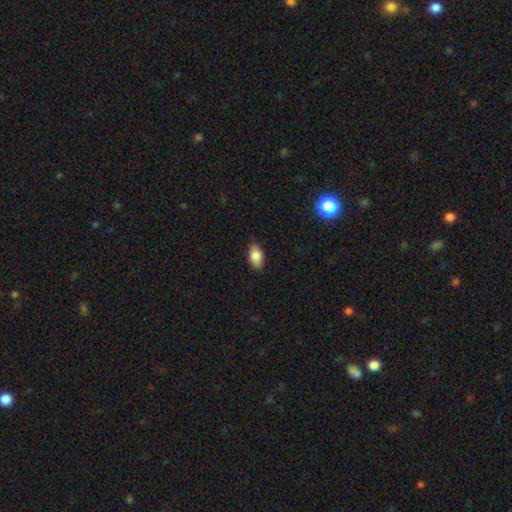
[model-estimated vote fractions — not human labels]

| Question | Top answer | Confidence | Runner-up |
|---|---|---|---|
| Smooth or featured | smooth | 85% | featured or disk (8%) |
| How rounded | in between | 93% | round (5%) |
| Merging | none | 87% | minor disturbance (10%) |